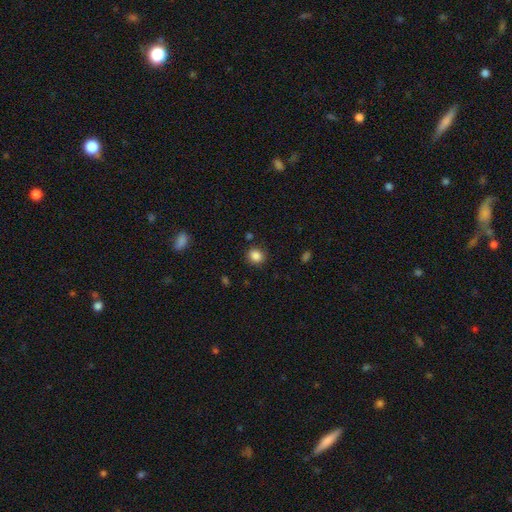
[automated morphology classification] Q: Smooth or featured?
A: smooth (86%); runner-up: star or artifact (10%)
Q: How rounded?
A: round (77%); runner-up: in between (23%)
Q: Merging?
A: none (86%); runner-up: minor disturbance (9%)